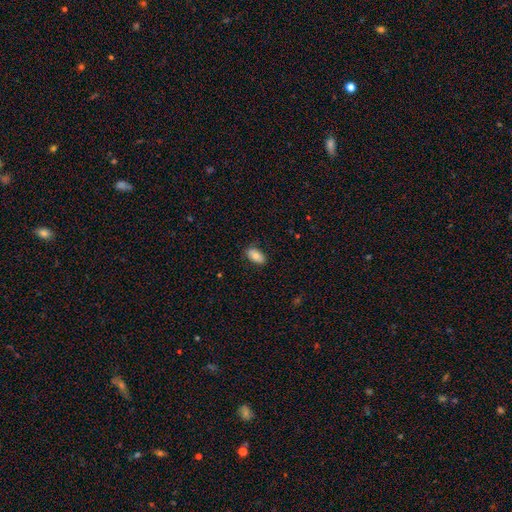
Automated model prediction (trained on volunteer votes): smooth 77%, featured or disk 15%, star or artifact 8%. Down the decision tree: how rounded — in between (92%); merging — none (81%).